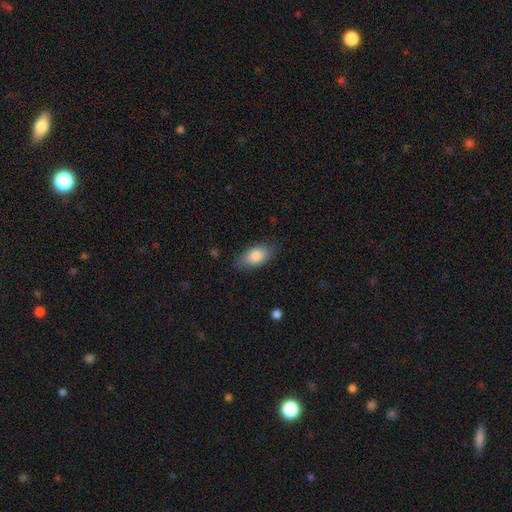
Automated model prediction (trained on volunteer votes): smooth_or_featured: smooth (p=0.83) [alt: featured or disk p=0.10]
how_rounded: in between (p=0.90) [alt: cigar-shaped p=0.05]
merging: none (p=0.78) [alt: minor disturbance p=0.17]